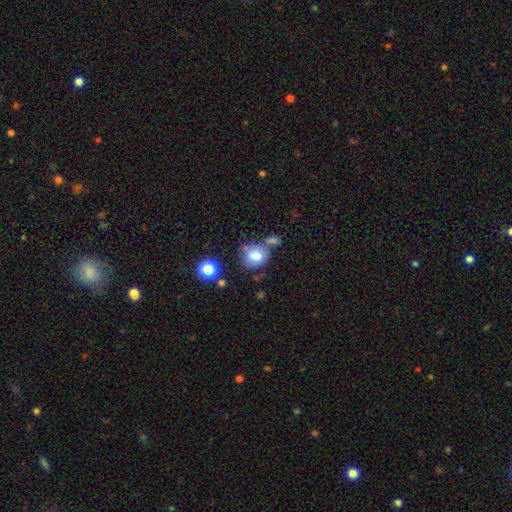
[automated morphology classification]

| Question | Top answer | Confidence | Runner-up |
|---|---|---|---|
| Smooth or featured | smooth | 74% | featured or disk (15%) |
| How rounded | round | 78% | in between (21%) |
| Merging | none | 54% | merger (22%) |